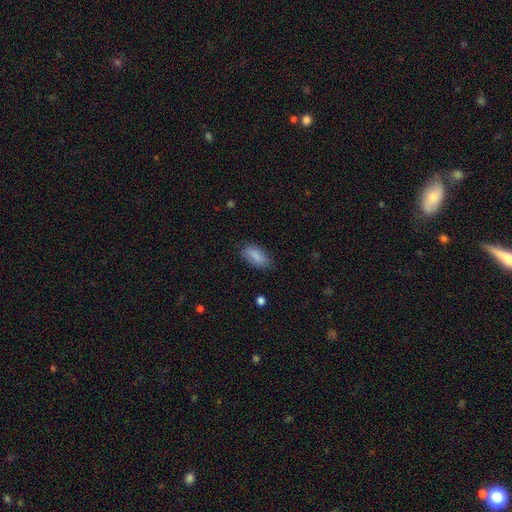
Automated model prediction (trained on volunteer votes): A smooth galaxy with no disk features (84%) that is in between round and cigar-shaped (88%).

Vote fractions:
- Smooth or featured? smooth: 84% / featured or disk: 9% / star or artifact: 7%
- How rounded? in between: 88% / cigar-shaped: 9% / round: 3%
- Merging? none: 77% / minor disturbance: 18% / major disturbance: 4% / merger: 1%